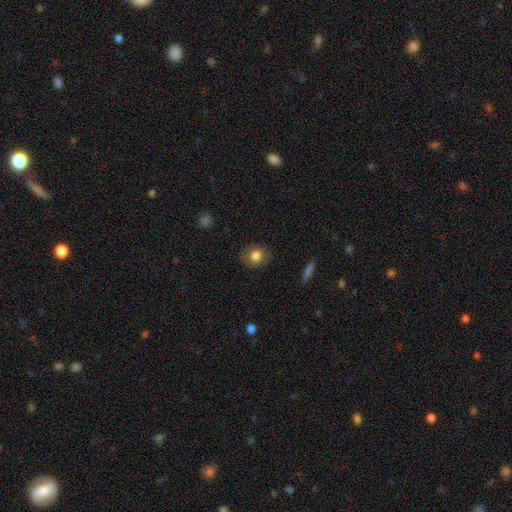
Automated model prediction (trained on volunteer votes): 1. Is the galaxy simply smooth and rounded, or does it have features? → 78% smooth, 14% featured or disk, 8% star or artifact.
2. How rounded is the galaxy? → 69% round, 30% in between, 1% cigar-shaped.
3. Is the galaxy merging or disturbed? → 84% none, 12% minor disturbance, 3% major disturbance, 1% merger.